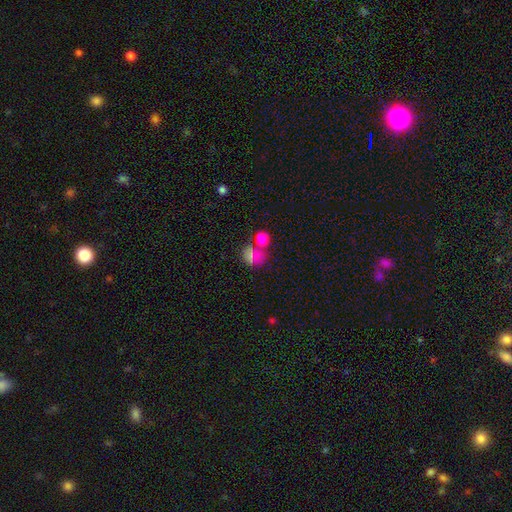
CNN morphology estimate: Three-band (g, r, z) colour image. It shows a smooth galaxy with no disk features (69%) that is round (70%). Merging: none (51%).